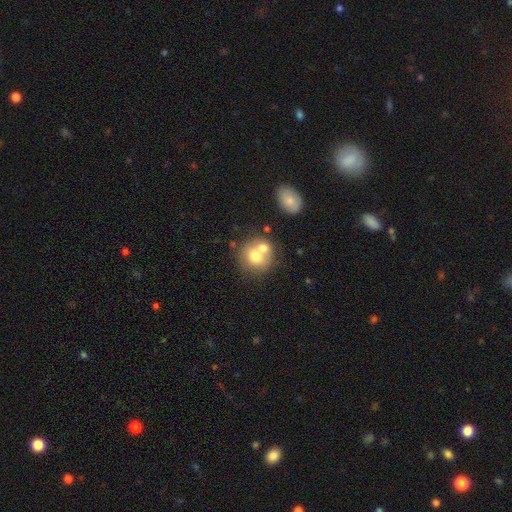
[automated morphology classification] smooth-or-featured: smooth: 69% | featured or disk: 22% | star or artifact: 9%
  how-rounded: round: 81% | in between: 18% | cigar-shaped: 1%
  merging: merger: 50% | none: 38% | minor disturbance: 9% | major disturbance: 4%